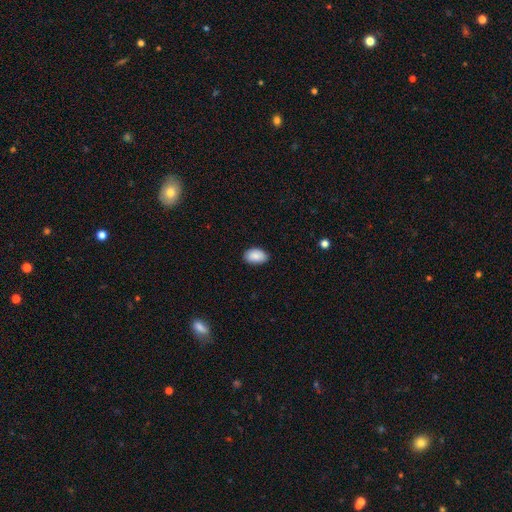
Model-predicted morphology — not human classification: This is clearly a smooth galaxy (88%). How rounded: clearly in between (91%). Merging: clearly none (85%).